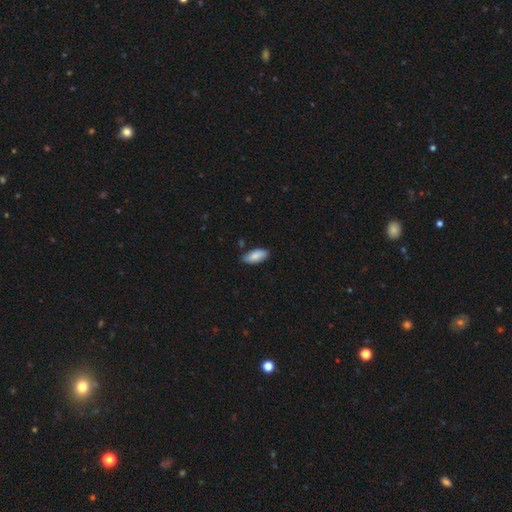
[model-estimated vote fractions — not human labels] Smooth or featured? smooth (84%)
How rounded? in between (88%)
Merging? none (81%)